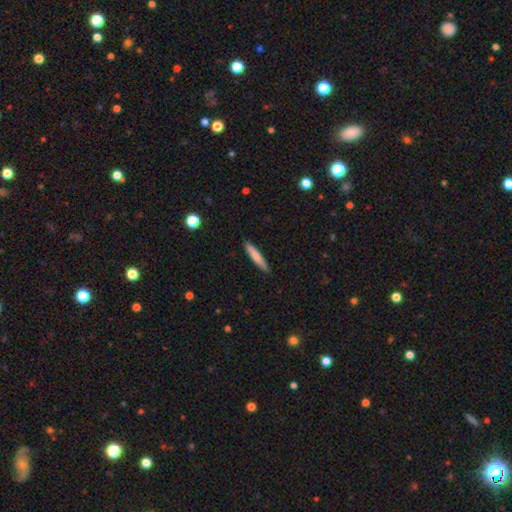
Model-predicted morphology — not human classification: This is likely a smooth galaxy (73%). How rounded: clearly cigar-shaped (91%). Merging: clearly none (88%).